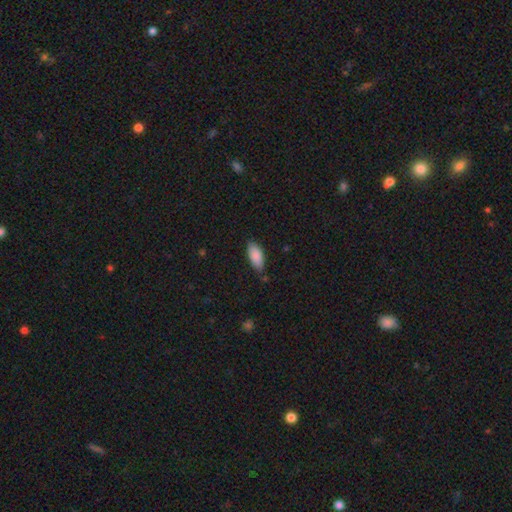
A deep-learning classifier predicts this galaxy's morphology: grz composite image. It shows a smooth galaxy with no disk features (88%) that is in between round and cigar-shaped (88%). Merging: none (79%).